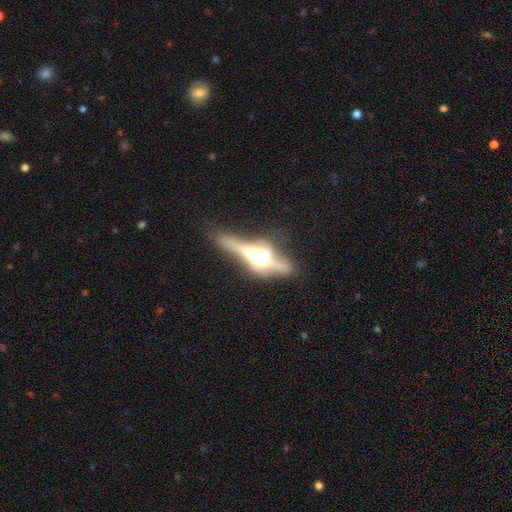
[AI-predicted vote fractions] smooth-or-featured: featured or disk: 74% | smooth: 18% | star or artifact: 8%
  disk-edge-on: yes: 85% | no: 15%
    edge-on-bulge: rounded: 83% | boxy: 13% | none: 4%
  merging: none: 43% | major disturbance: 22% | minor disturbance: 22% | merger: 13%